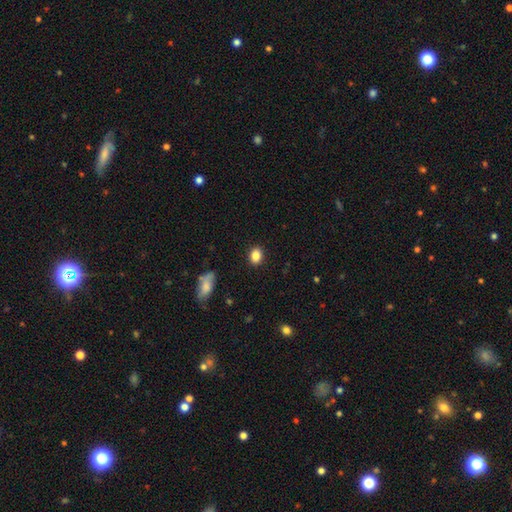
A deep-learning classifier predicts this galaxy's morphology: Smooth or featured?
  - smooth: 86% *
  - star or artifact: 9%
  - featured or disk: 5%
How rounded?
  - in between: 66% *
  - round: 32%
  - cigar-shaped: 2%
Merging?
  - none: 89% *
  - minor disturbance: 8%
  - major disturbance: 2%
  - merger: 1%